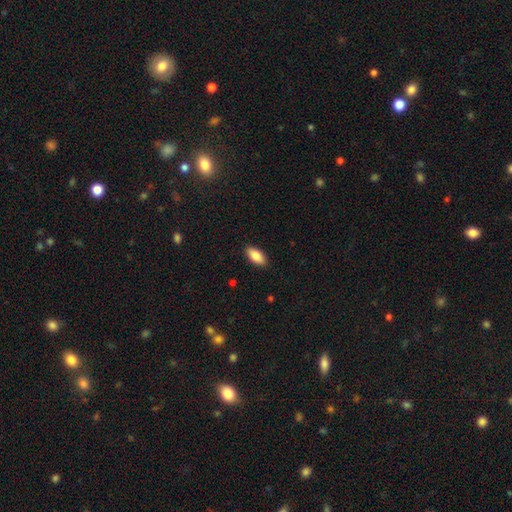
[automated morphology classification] smooth-or-featured: smooth: 87% | featured or disk: 7% | star or artifact: 6%
  how-rounded: in between: 90% | cigar-shaped: 7% | round: 2%
  merging: none: 89% | minor disturbance: 8% | major disturbance: 2% | merger: 1%